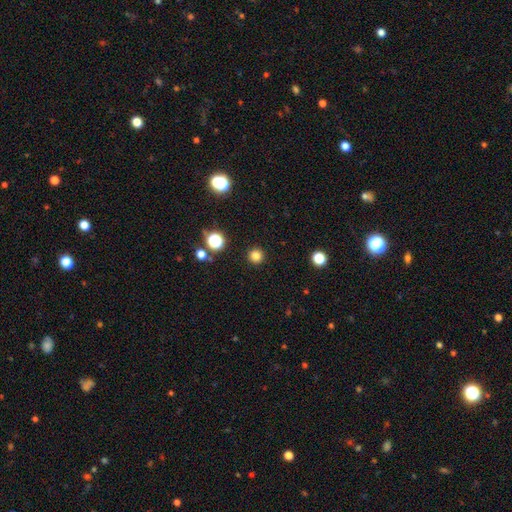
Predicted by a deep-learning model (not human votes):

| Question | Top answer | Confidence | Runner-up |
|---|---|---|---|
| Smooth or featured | smooth | 81% | star or artifact (15%) |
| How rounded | round | 95% | in between (4%) |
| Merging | none | 92% | minor disturbance (5%) |